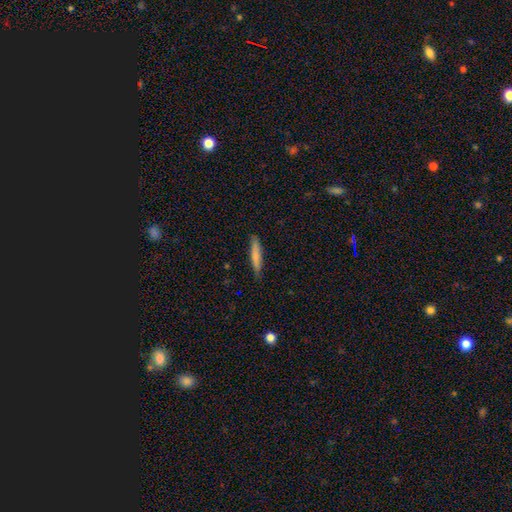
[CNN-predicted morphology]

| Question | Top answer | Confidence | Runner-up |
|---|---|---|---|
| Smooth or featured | smooth | 77% | featured or disk (17%) |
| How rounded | cigar-shaped | 91% | in between (8%) |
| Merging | none | 84% | minor disturbance (13%) |